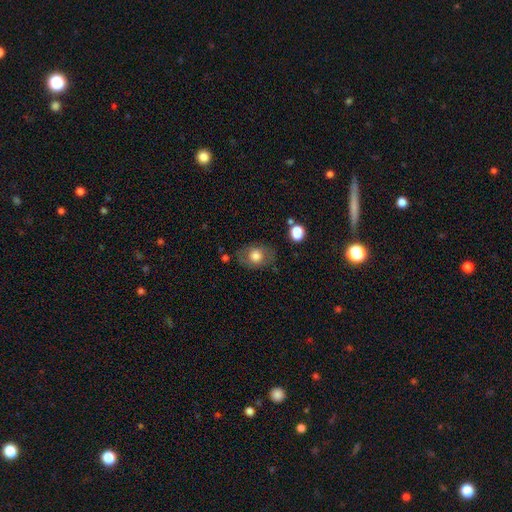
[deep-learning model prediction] This appears to be a smooth galaxy with no disk features (69%) that is in between round and cigar-shaped (61%). Merging: none (75%).